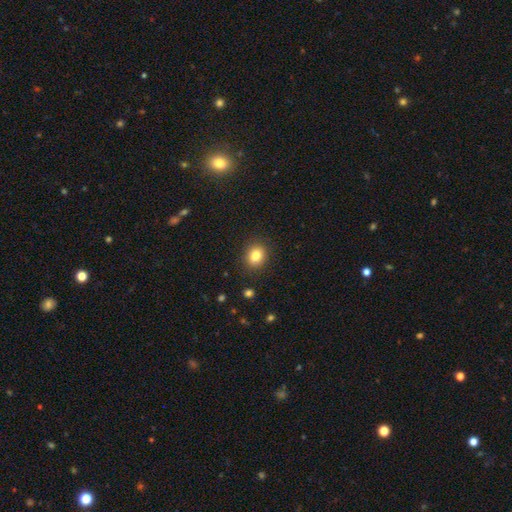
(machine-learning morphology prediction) smooth 82%, star or artifact 11%, featured or disk 7%. Down the decision tree: how rounded — round (71%); merging — none (89%).